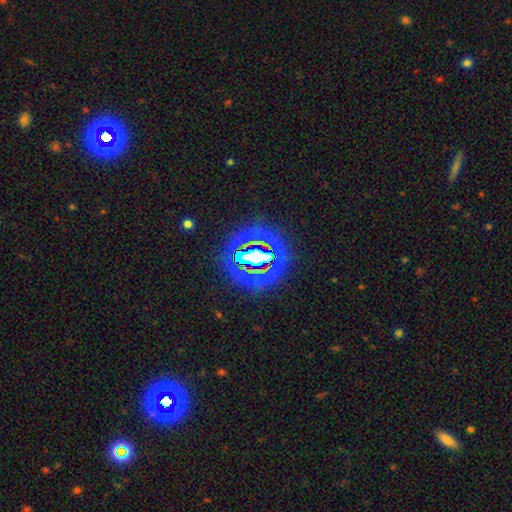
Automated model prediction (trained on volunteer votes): A star or artifact, not a galaxy (75%).

Vote fractions:
- Smooth or featured? star or artifact: 75% / smooth: 13% / featured or disk: 11%